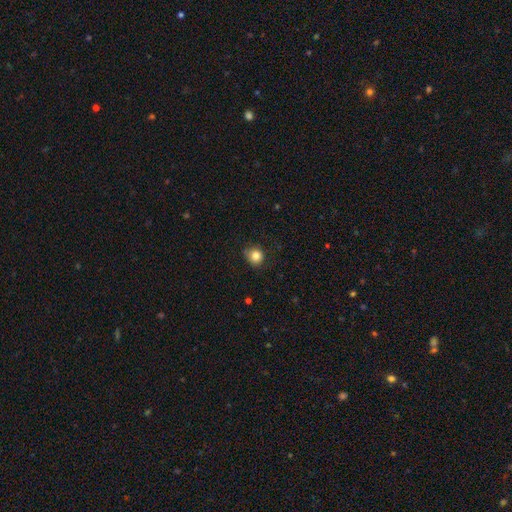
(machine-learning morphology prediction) Smooth or featured? smooth (83%)
How rounded? round (86%)
Merging? none (78%)